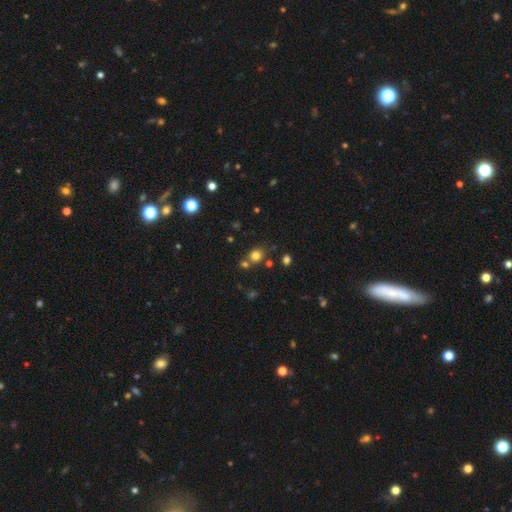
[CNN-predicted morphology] Smooth or featured: smooth — 77% (star or artifact — 16%)
How rounded: round — 76% (in between — 23%)
Merging: none — 69% (merger — 18%)